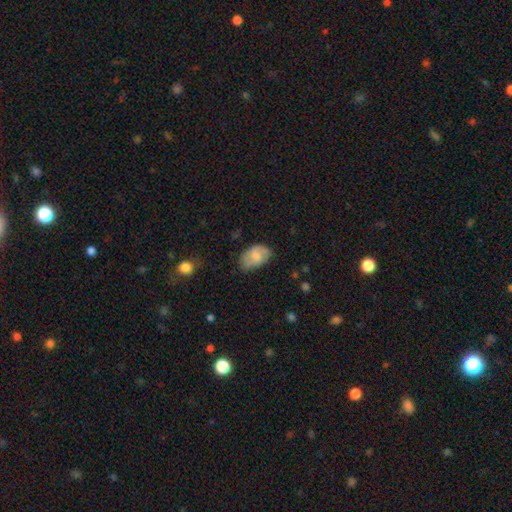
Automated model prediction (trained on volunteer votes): A smooth galaxy with no disk features (66%) that is in between round and cigar-shaped (90%). Merging: none (66%).